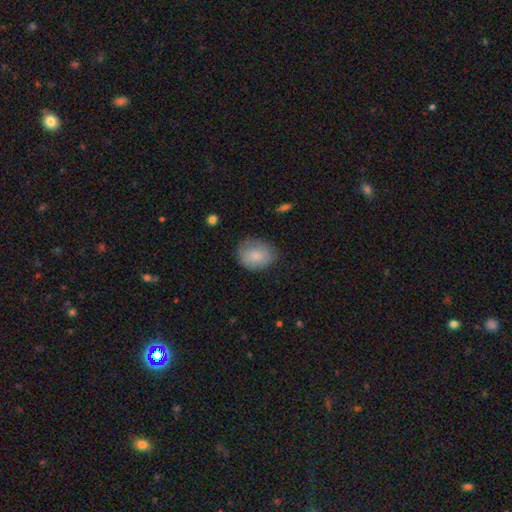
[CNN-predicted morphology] smooth_or_featured: smooth (p=0.83) [alt: featured or disk p=0.11]
how_rounded: in between (p=0.62) [alt: round p=0.37]
merging: none (p=0.72) [alt: minor disturbance p=0.21]